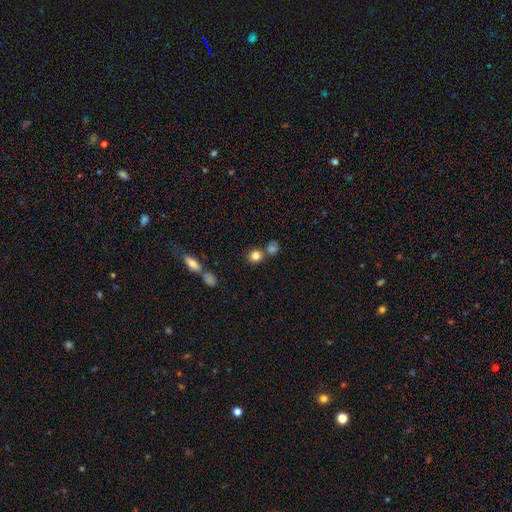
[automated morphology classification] A smooth galaxy with no disk features (82%) that is round (82%). Merging: none (64%).